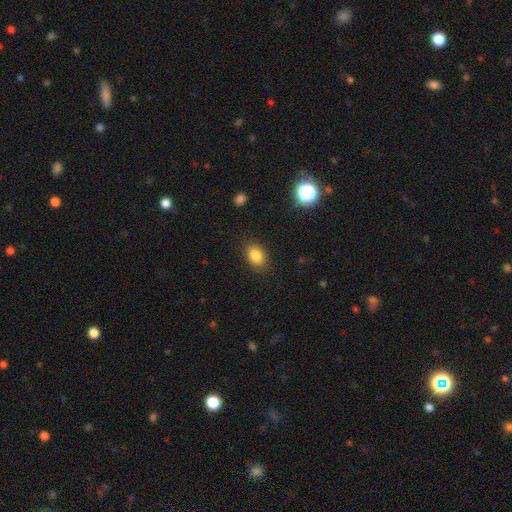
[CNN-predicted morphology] smooth_or_featured: smooth (p=0.84) [alt: star or artifact p=0.10]
how_rounded: in between (p=0.77) [alt: round p=0.22]
merging: none (p=0.85) [alt: minor disturbance p=0.10]